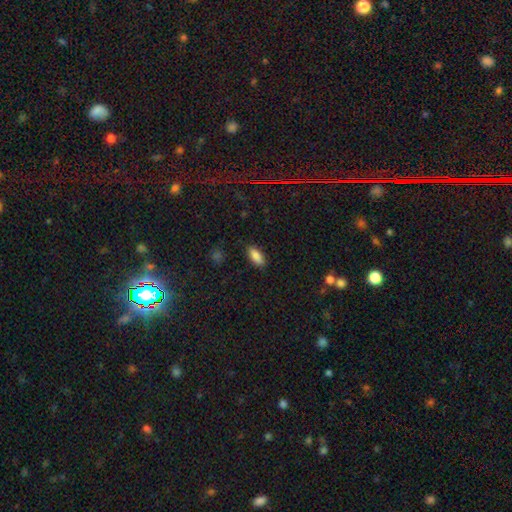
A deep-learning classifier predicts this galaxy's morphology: A smooth galaxy with no disk features (86%) that is in between round and cigar-shaped (84%). Merging: none (87%).